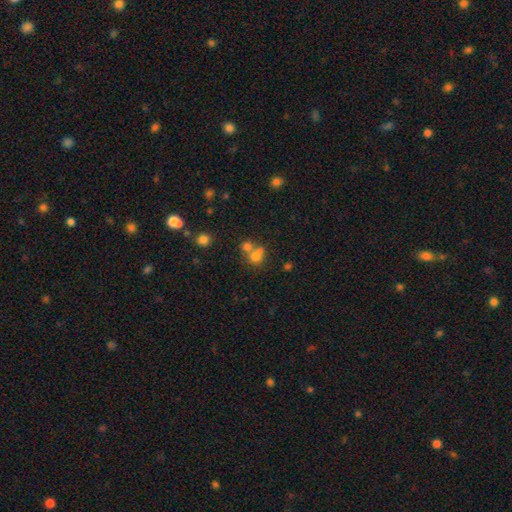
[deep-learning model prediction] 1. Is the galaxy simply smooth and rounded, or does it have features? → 71% smooth, 15% star or artifact, 14% featured or disk.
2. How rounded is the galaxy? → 73% round, 26% in between, 1% cigar-shaped.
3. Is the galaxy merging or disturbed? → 51% merger, 36% none, 8% minor disturbance, 5% major disturbance.